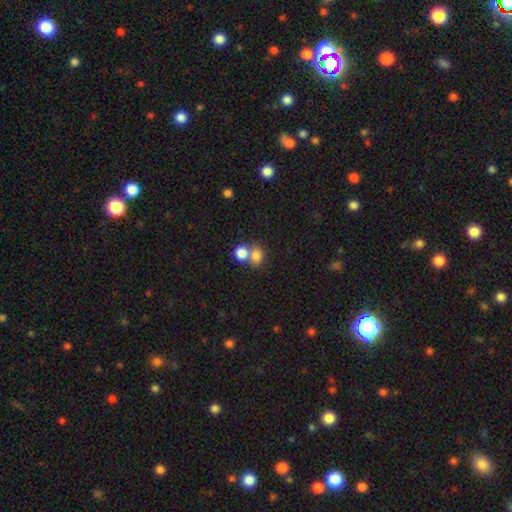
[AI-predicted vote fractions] smooth-or-featured: smooth: 80% | star or artifact: 11% | featured or disk: 9%
  how-rounded: round: 58% | in between: 41% | cigar-shaped: 1%
  merging: merger: 52% | none: 37% | minor disturbance: 8% | major disturbance: 3%